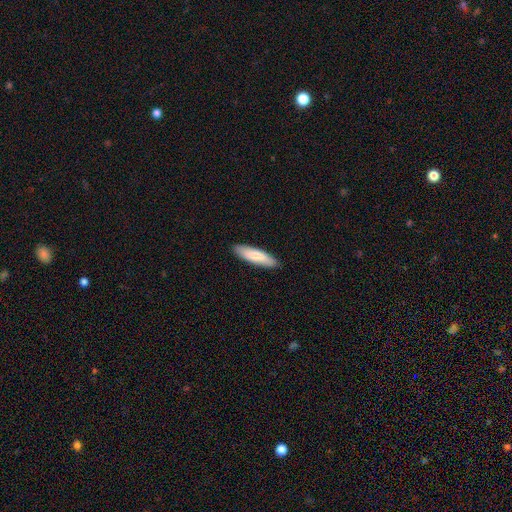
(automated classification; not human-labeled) smooth-or-featured: smooth: 83% | featured or disk: 12% | star or artifact: 5%
  how-rounded: cigar-shaped: 70% | in between: 28% | round: 1%
  merging: none: 90% | minor disturbance: 8% | major disturbance: 1% | merger: 1%